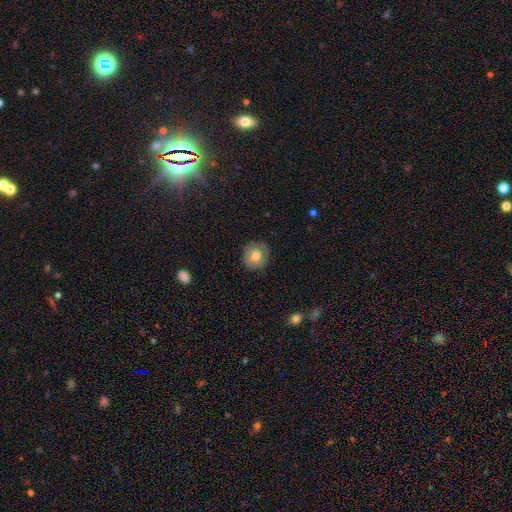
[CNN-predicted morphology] This is likely a smooth galaxy (67%). How rounded: clearly round (81%). Merging: clearly none (85%).